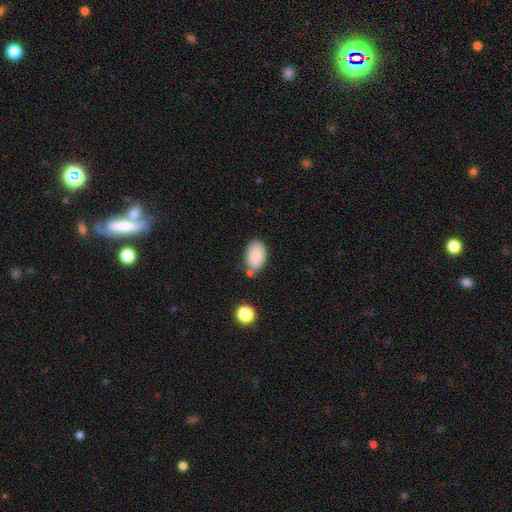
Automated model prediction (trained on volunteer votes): Smooth or featured? smooth (86%)
How rounded? in between (91%)
Merging? none (66%)